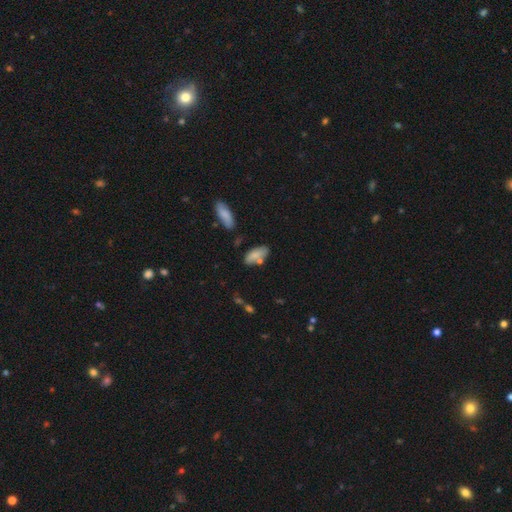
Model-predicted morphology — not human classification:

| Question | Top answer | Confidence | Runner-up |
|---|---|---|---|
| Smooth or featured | smooth | 77% | featured or disk (15%) |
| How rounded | in between | 83% | cigar-shaped (15%) |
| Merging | none | 63% | minor disturbance (20%) |